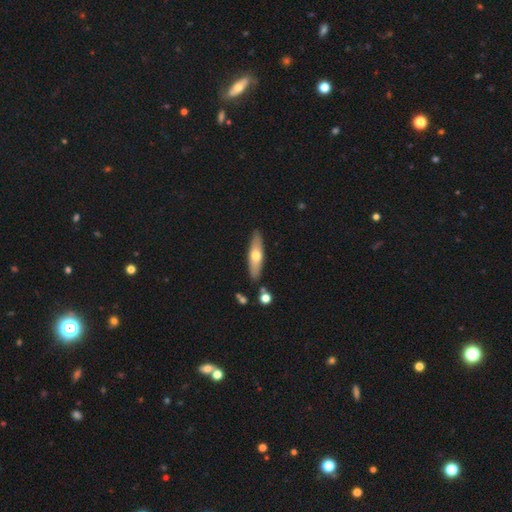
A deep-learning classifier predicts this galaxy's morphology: This is possibly a smooth galaxy (53%). How rounded: likely cigar-shaped (68%). Merging: clearly none (85%).